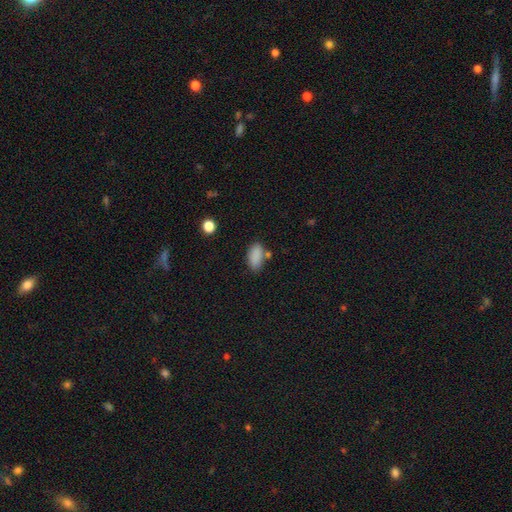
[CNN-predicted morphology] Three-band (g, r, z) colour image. It shows a smooth galaxy with no disk features (87%) that is in between round and cigar-shaped (92%). Merging: none (70%).